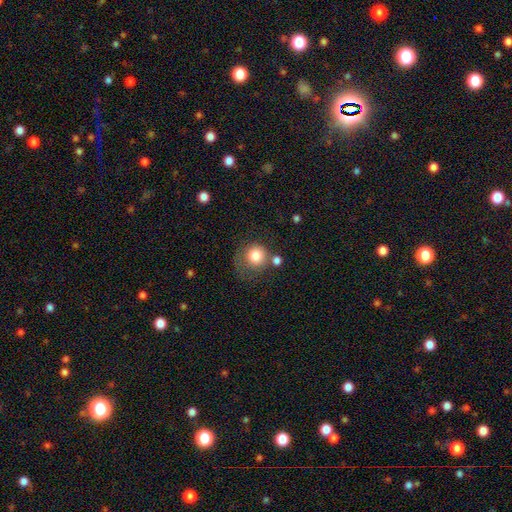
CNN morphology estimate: Smooth or featured? Predicted: smooth (p=0.80). How rounded? Predicted: round (p=0.89). Merging? Predicted: none (p=0.50).